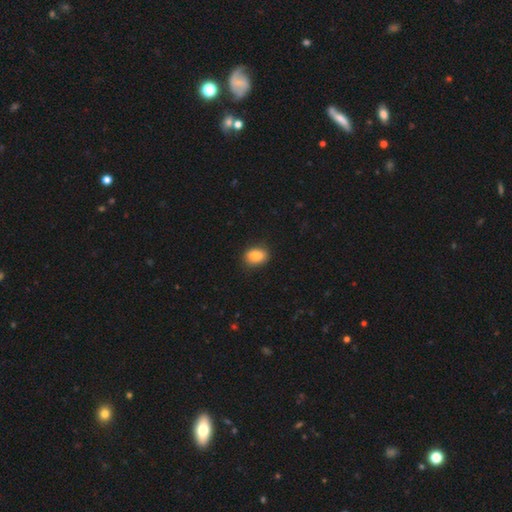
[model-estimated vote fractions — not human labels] Smooth or featured? Predicted: smooth (p=0.83). How rounded? Predicted: in between (p=0.68). Merging? Predicted: none (p=0.86).